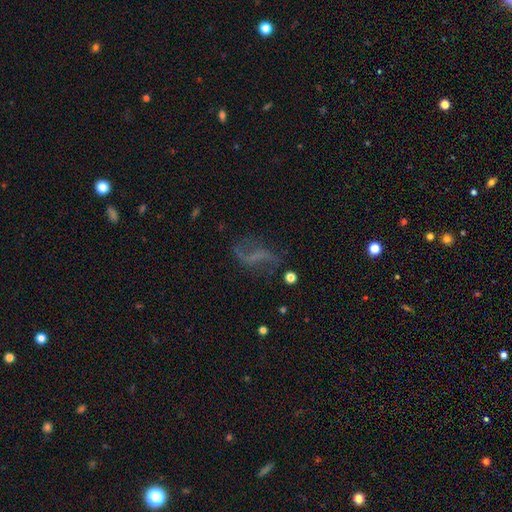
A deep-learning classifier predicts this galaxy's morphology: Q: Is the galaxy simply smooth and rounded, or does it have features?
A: featured or disk — 66%.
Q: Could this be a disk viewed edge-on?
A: no — 95%.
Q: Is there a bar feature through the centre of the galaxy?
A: no — 37%.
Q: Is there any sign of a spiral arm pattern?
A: yes — 77%.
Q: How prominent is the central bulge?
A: none — 71%.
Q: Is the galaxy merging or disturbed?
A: none — 59%.